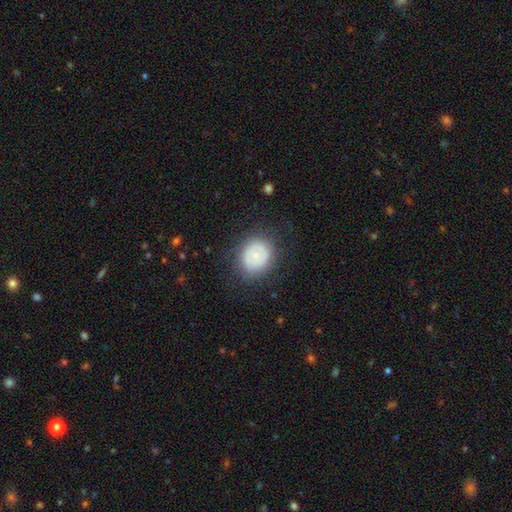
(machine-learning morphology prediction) A smooth galaxy with no disk features (57%) that is round (76%).

Vote fractions:
- Smooth or featured? smooth: 57% / featured or disk: 35% / star or artifact: 8%
- How rounded? round: 76% / in between: 23% / cigar-shaped: 1%
- Merging? none: 79% / minor disturbance: 14% / major disturbance: 7% / merger: 1%